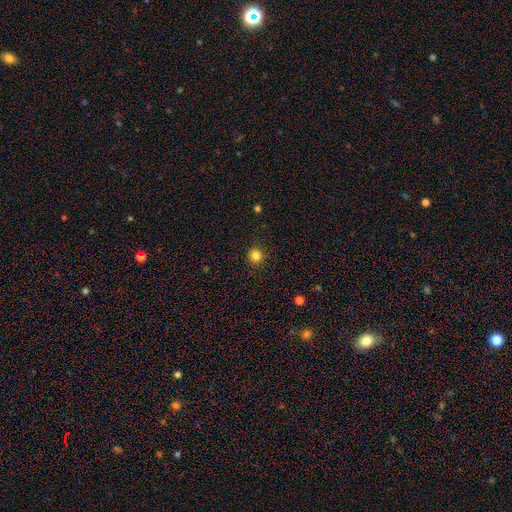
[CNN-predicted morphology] smooth-or-featured: smooth: 83% | star or artifact: 13% | featured or disk: 4%
  how-rounded: round: 93% | in between: 6% | cigar-shaped: 1%
  merging: none: 89% | minor disturbance: 8% | major disturbance: 2% | merger: 1%